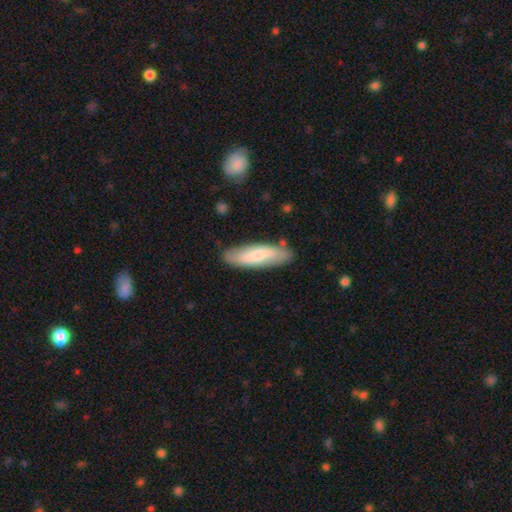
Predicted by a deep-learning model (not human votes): Smooth or featured? Predicted: smooth (p=0.67). How rounded? Predicted: cigar-shaped (p=0.54). Merging? Predicted: none (p=0.82).